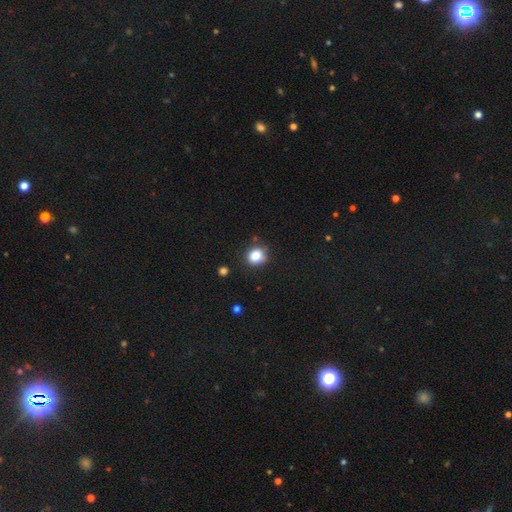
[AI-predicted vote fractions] This appears to be a smooth galaxy with no disk features (85%) that is round (80%). Merging: none (76%).